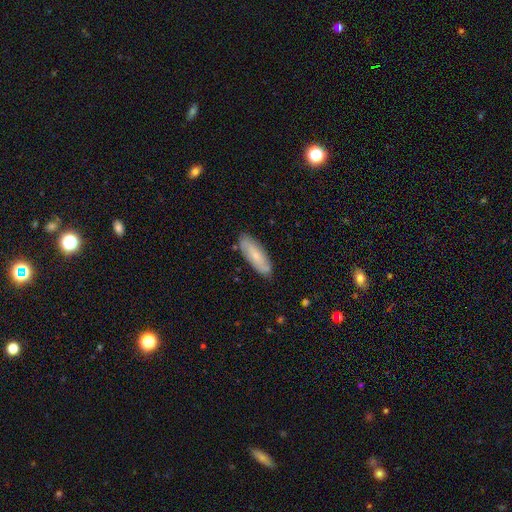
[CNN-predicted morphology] The model was most divided on "how rounded": in between: 58%, cigar-shaped: 40%, round: 2%. More confident: merging — none (84%); smooth or featured — smooth (59%).